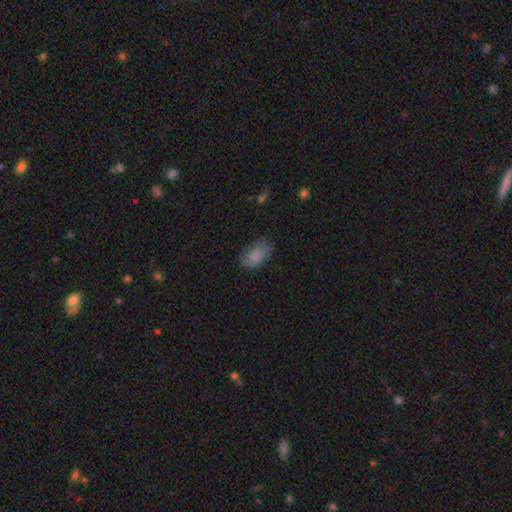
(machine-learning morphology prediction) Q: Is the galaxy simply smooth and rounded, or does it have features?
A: smooth — 82%.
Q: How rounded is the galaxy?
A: in between — 91%.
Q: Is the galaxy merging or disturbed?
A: none — 73%.